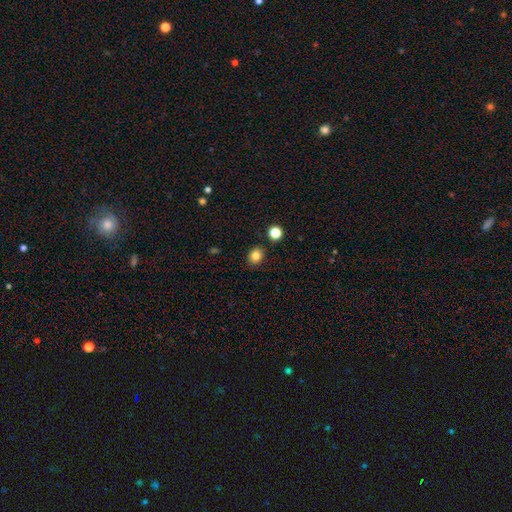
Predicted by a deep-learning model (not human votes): smooth 82%, star or artifact 11%, featured or disk 6%. Down the decision tree: how rounded — round (60%); merging — none (87%).